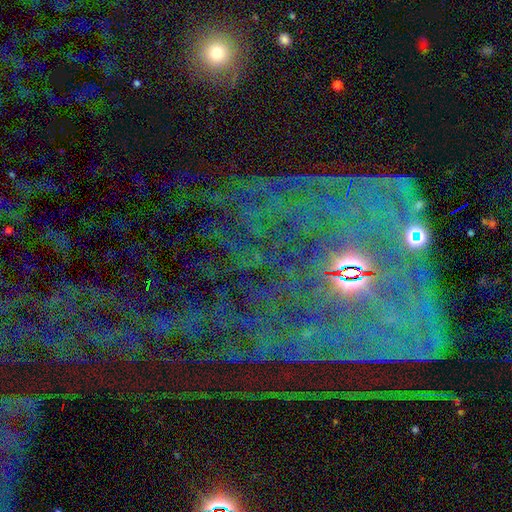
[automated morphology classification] This appears to be a star or artifact, not a galaxy (71%).